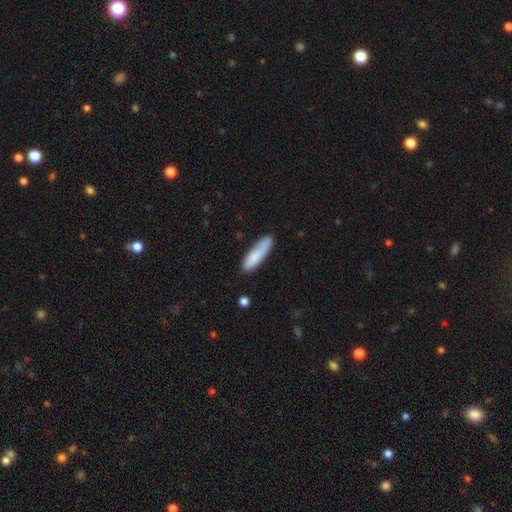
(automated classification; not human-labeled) Overall: smooth (81%). How rounded: cigar-shaped (71%). Merging: none (72%).